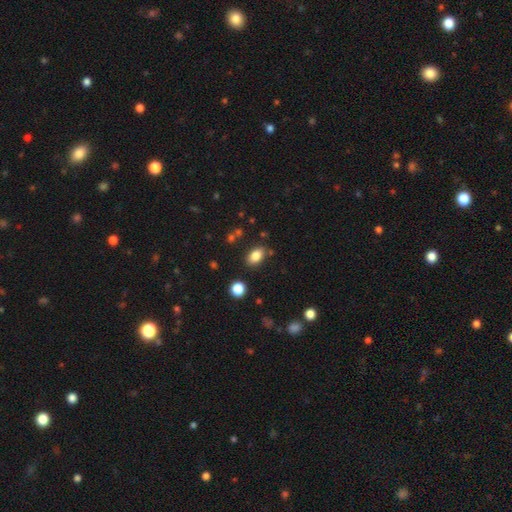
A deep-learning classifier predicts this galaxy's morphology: A smooth galaxy with no disk features (84%) that is in between round and cigar-shaped (87%). Merging: none (81%).